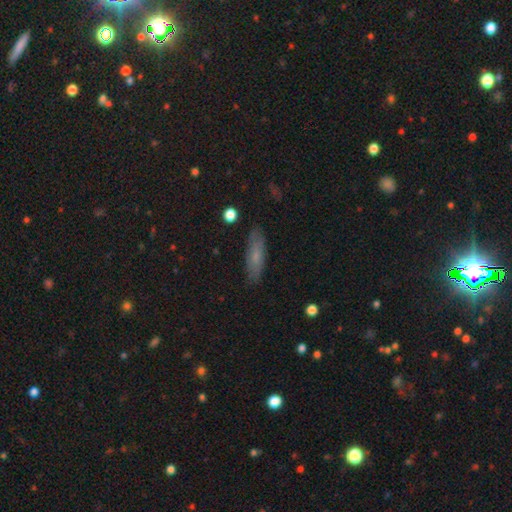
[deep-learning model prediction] Q: Smooth or featured?
A: smooth (66%); runner-up: featured or disk (25%)
Q: How rounded?
A: cigar-shaped (54%); runner-up: in between (44%)
Q: Merging?
A: none (84%); runner-up: minor disturbance (12%)